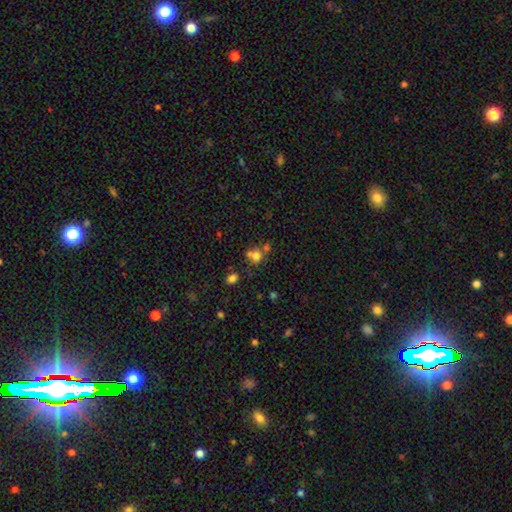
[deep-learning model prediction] Smooth or featured? smooth (69%)
How rounded? round (78%)
Merging? none (47%)